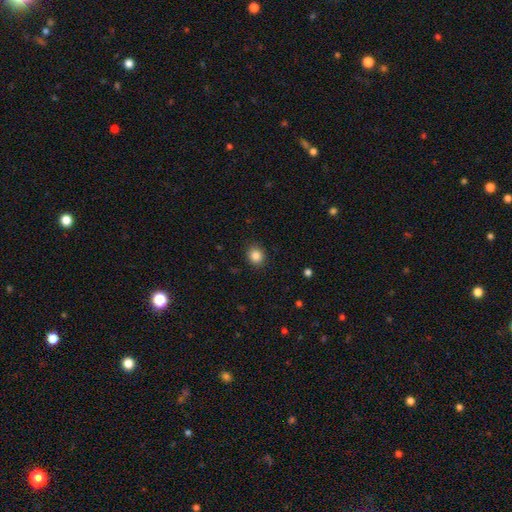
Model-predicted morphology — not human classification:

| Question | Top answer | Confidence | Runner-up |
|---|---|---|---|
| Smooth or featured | smooth | 85% | star or artifact (10%) |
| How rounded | round | 79% | in between (20%) |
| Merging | none | 90% | minor disturbance (7%) |